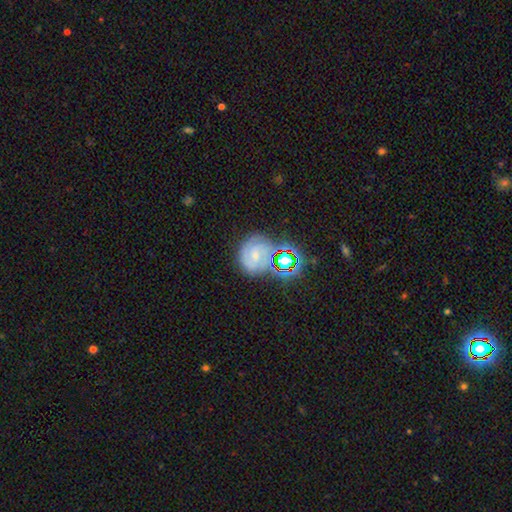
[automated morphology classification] Overall: featured or disk (57%; smooth 26%). Edge-on disk: no (97%). Bar: no (52%; weak 38%). Spiral arms: yes (89%). Bulge size: small (64%; moderate 26%). Merging: none (64%).